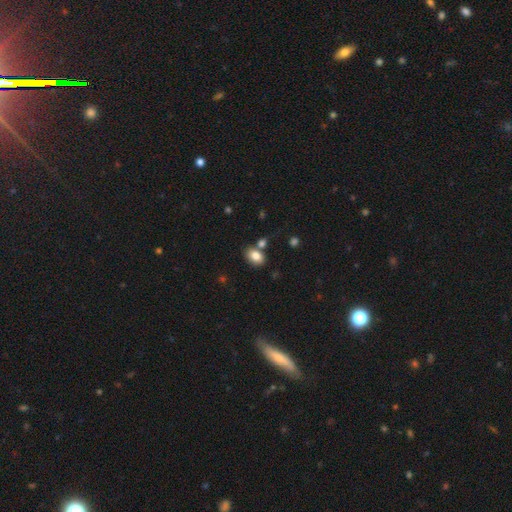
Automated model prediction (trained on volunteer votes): The model was most divided on "merging": none: 65%, merger: 19%, minor disturbance: 13%, major disturbance: 4%. More confident: smooth or featured — smooth (83%); how rounded — in between (80%).